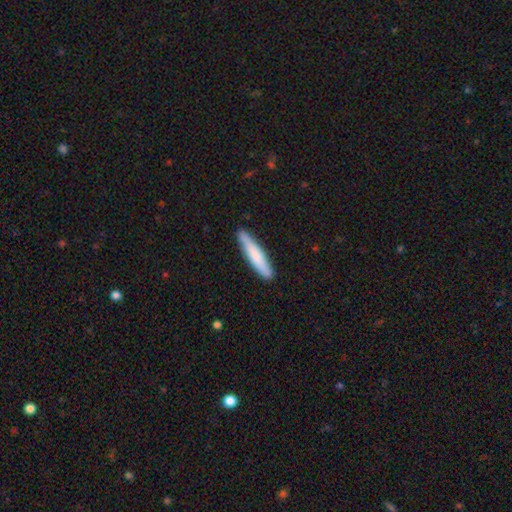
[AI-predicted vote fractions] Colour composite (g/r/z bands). It shows a smooth galaxy with no disk features (72%) that is cigar-shaped (91%). Merging: none (88%).